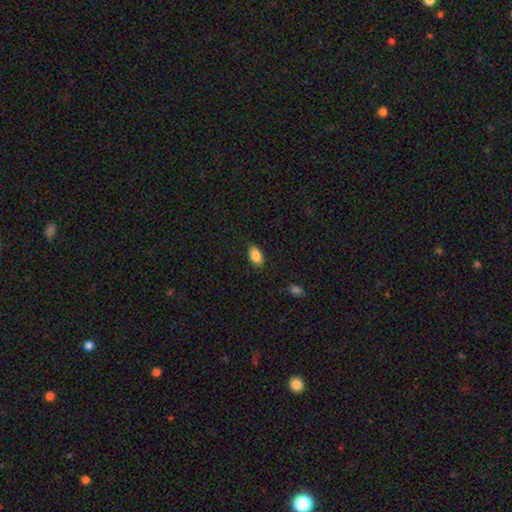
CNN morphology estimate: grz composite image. It shows a smooth galaxy with no disk features (87%) that is in between round and cigar-shaped (89%). Merging: none (82%).